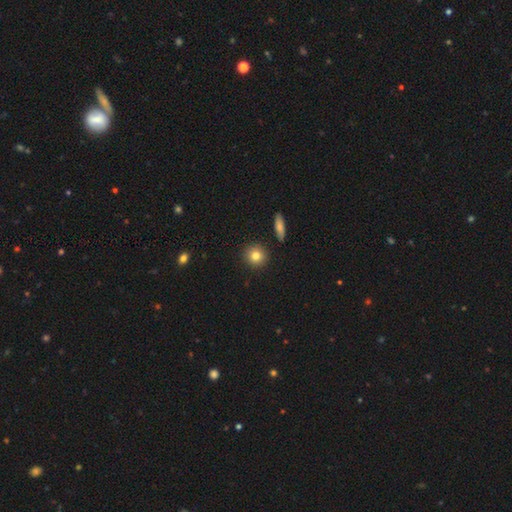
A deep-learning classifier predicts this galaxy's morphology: type=smooth (81%); roundness=round (89%); merging=none (90%).